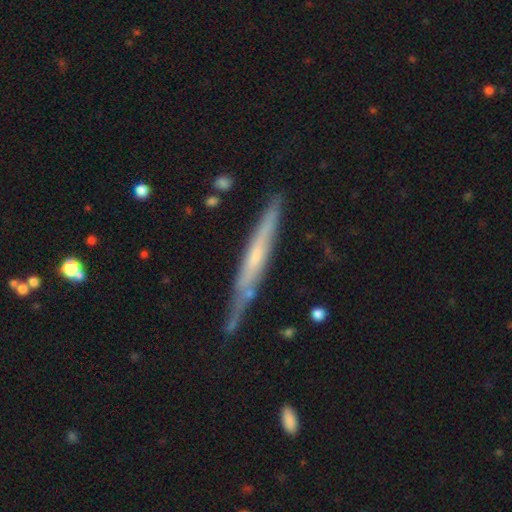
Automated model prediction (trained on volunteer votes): Morphology: type=featured or disk (64%); edge-on=yes (93%); edge-on bulge=none (62%); merging=none (74%).